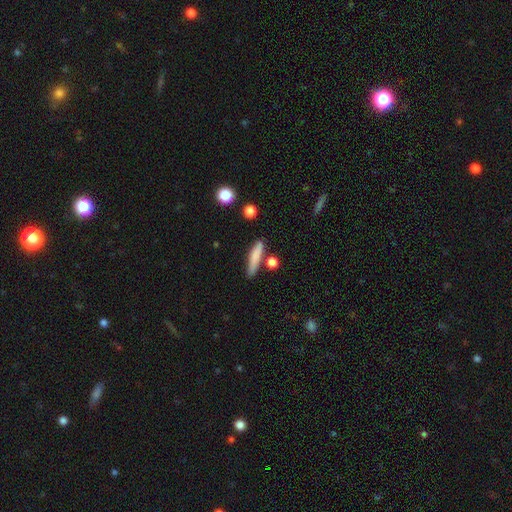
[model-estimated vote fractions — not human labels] A smooth galaxy with no disk features (77%) that is cigar-shaped (83%).

Vote fractions:
- Smooth or featured? smooth: 77% / featured or disk: 16% / star or artifact: 7%
- How rounded? cigar-shaped: 83% / in between: 14% / round: 3%
- Merging? none: 73% / minor disturbance: 16% / merger: 8% / major disturbance: 4%